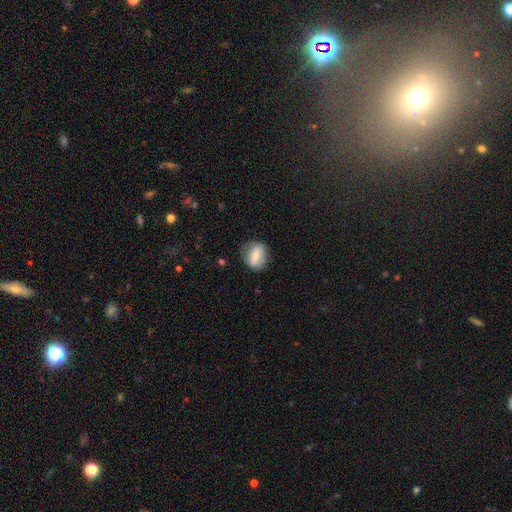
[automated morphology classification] Smooth or featured? Predicted: smooth (p=0.61). How rounded? Predicted: round (p=0.54). Merging? Predicted: none (p=0.74).